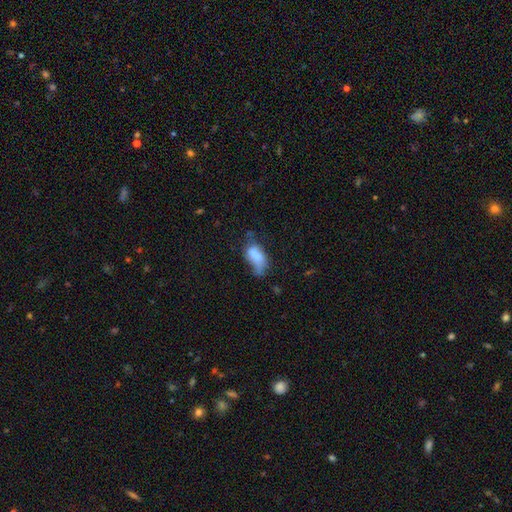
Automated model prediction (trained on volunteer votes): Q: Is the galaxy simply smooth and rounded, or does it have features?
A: smooth — 69%.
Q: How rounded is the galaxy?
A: in between — 89%.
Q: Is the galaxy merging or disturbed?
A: minor disturbance — 32%.